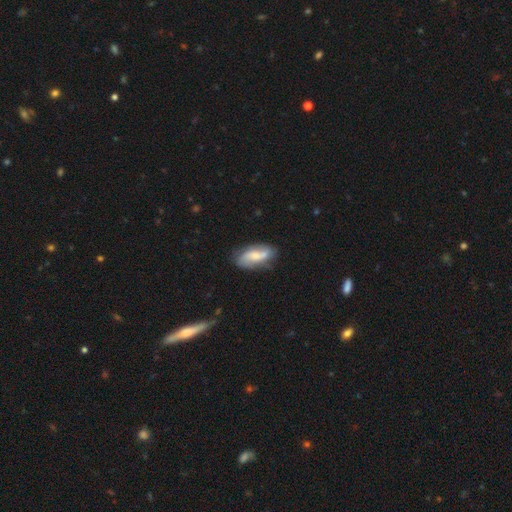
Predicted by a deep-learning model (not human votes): This appears to be a featured or disk galaxy (52%). Merging: none (65%).